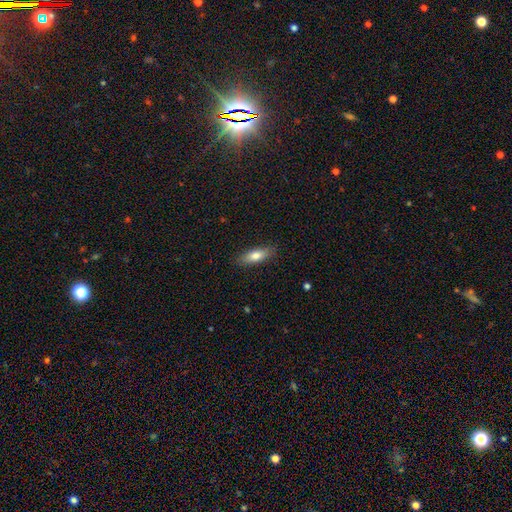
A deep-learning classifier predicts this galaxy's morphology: Smooth or featured: smooth — 76% (featured or disk — 17%)
How rounded: in between — 61% (cigar-shaped — 36%)
Merging: none — 86% (minor disturbance — 10%)